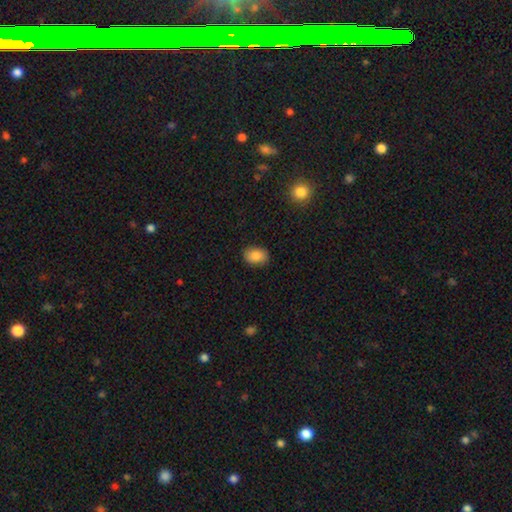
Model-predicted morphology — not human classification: Q: Smooth or featured?
A: smooth (87%); runner-up: star or artifact (8%)
Q: How rounded?
A: in between (81%); runner-up: round (18%)
Q: Merging?
A: none (88%); runner-up: minor disturbance (9%)